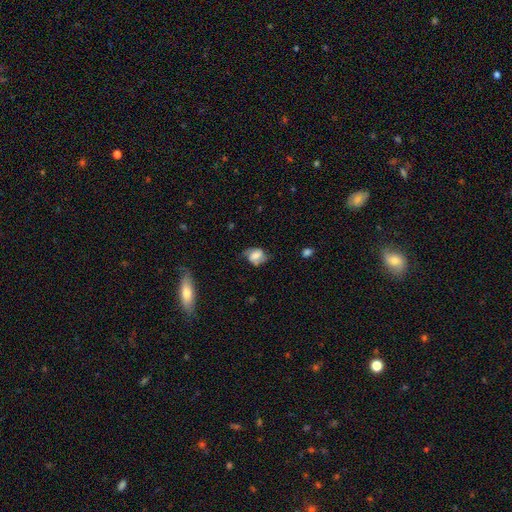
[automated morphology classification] This appears to be a featured or disk galaxy (53%) with a weak bar (42%), spiral arms (87%) and a moderate central bulge (35%). Merging: none (63%).